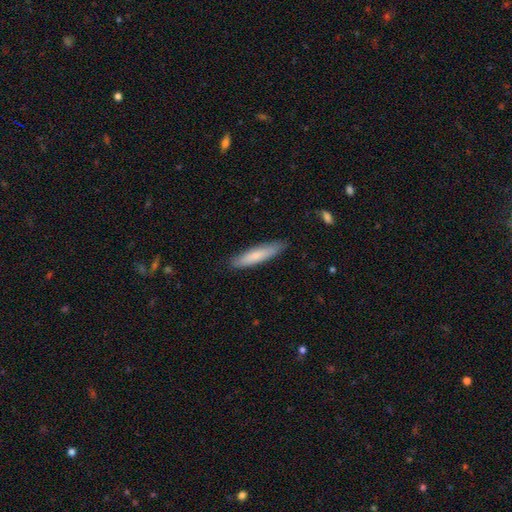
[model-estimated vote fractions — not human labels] Q: Smooth or featured?
A: smooth (76%); runner-up: featured or disk (19%)
Q: How rounded?
A: cigar-shaped (85%); runner-up: in between (14%)
Q: Merging?
A: none (85%); runner-up: minor disturbance (12%)